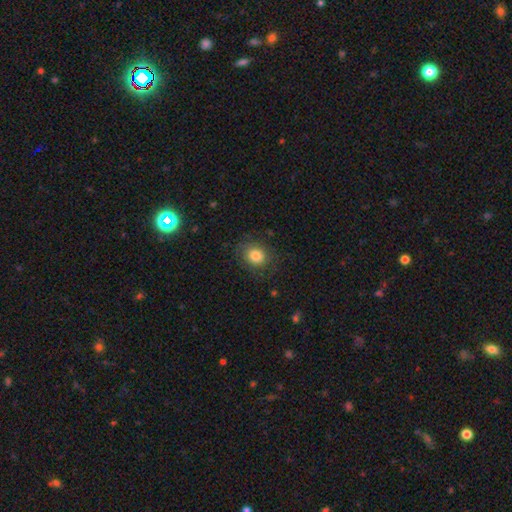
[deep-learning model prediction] Overall: smooth (82%). How rounded: round (69%; in between 31%). Merging: none (80%).